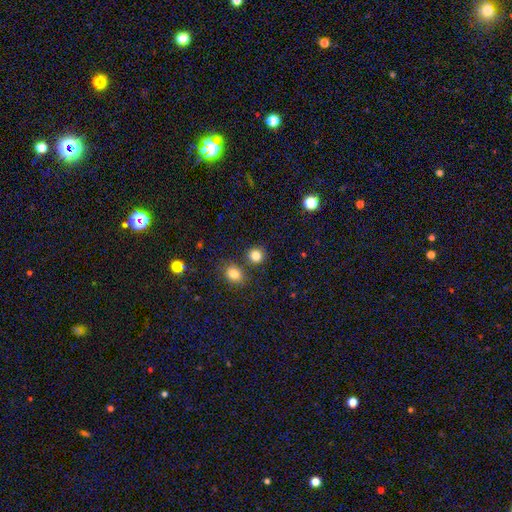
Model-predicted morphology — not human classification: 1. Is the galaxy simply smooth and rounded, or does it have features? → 83% smooth, 12% star or artifact, 5% featured or disk.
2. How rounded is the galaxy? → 86% round, 13% in between, 1% cigar-shaped.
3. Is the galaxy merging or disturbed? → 80% none, 10% merger, 8% minor disturbance, 3% major disturbance.